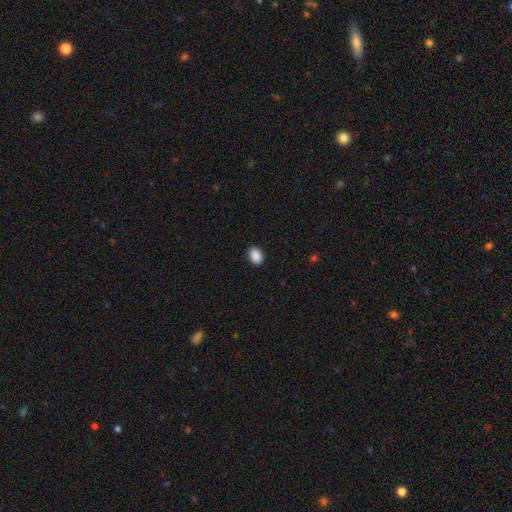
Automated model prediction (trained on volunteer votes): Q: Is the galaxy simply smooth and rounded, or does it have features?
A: smooth — 90%.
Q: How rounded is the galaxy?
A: in between — 78%.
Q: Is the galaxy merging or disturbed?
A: none — 89%.